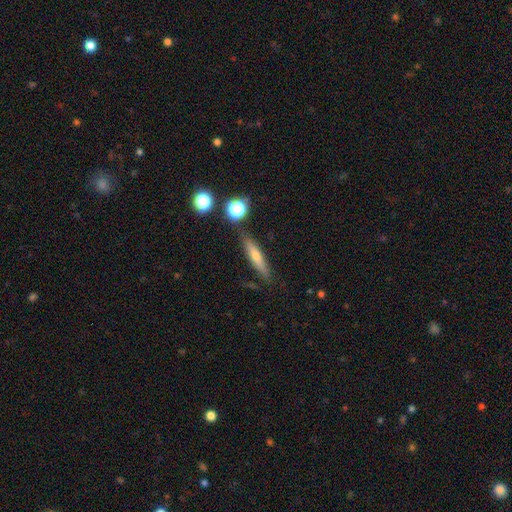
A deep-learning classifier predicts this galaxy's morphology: Q: Smooth or featured?
A: smooth (46%); runner-up: featured or disk (44%)
Q: Merging?
A: none (83%); runner-up: minor disturbance (10%)